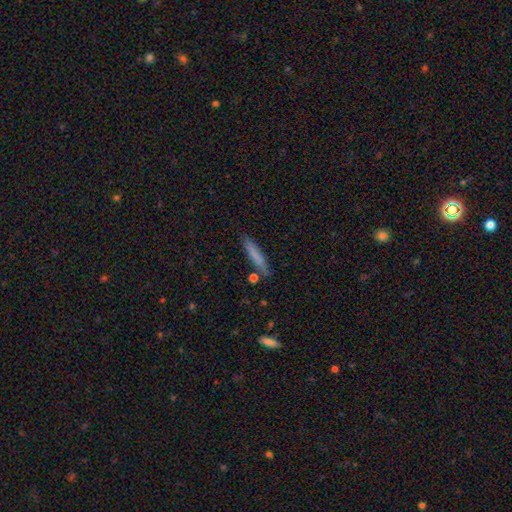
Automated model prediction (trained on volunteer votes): Q: Smooth or featured?
A: smooth (76%); runner-up: featured or disk (16%)
Q: How rounded?
A: cigar-shaped (90%); runner-up: in between (8%)
Q: Merging?
A: none (80%); runner-up: minor disturbance (13%)